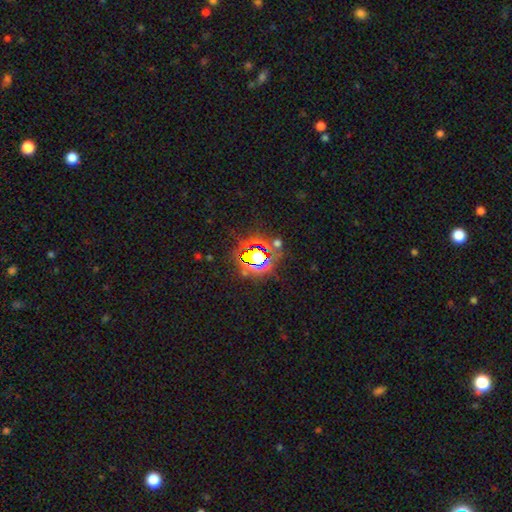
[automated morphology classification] Smooth or featured? Predicted: star or artifact (p=0.70).